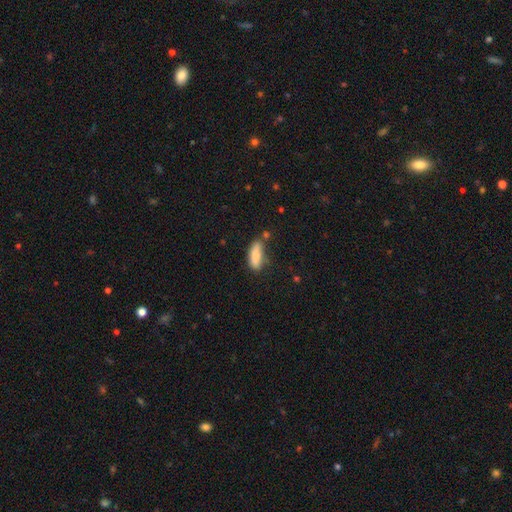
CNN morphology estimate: This is likely a smooth galaxy (78%). How rounded: likely in between (62%). Merging: likely none (61%).